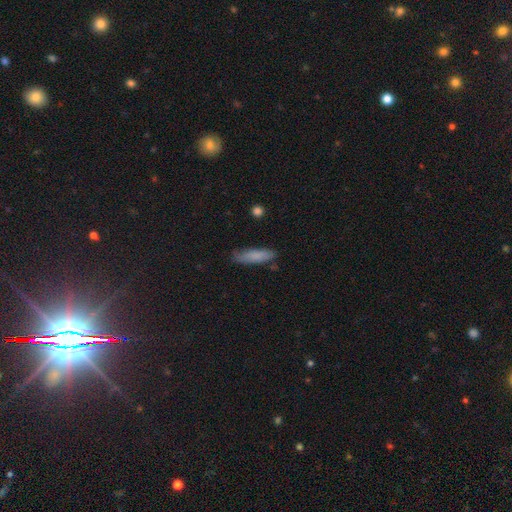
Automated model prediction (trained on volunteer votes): The model was most divided on "how rounded": cigar-shaped: 67%, in between: 31%, round: 2%. More confident: smooth or featured — smooth (79%); merging — none (73%).